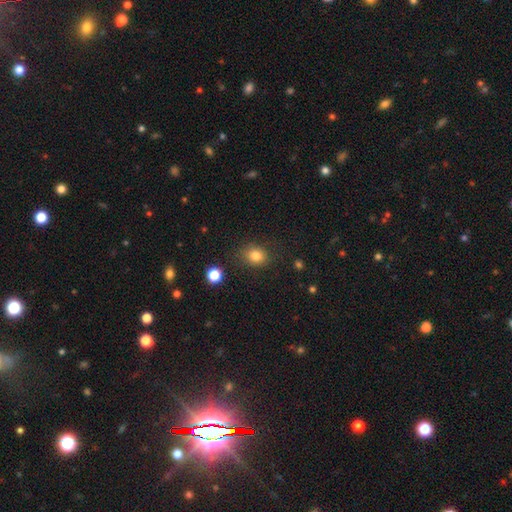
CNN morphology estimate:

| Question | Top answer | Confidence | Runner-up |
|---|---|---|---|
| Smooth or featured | smooth | 82% | star or artifact (12%) |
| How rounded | round | 60% | in between (40%) |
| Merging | none | 81% | minor disturbance (13%) |